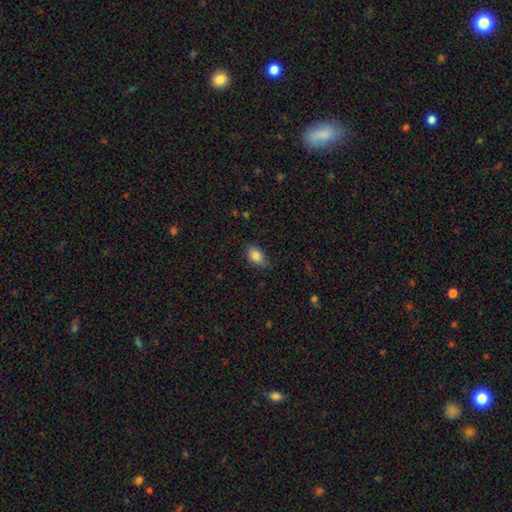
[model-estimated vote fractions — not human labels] Overall: smooth (84%). How rounded: in between (84%). Merging: none (74%).